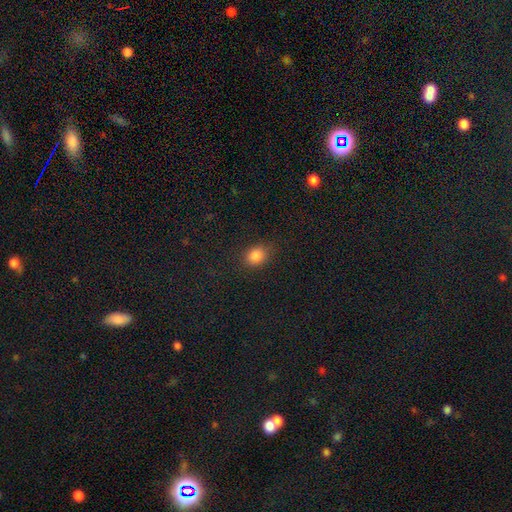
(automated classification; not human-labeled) Smooth or featured: smooth — 84% (star or artifact — 11%)
How rounded: in between — 52% (round — 47%)
Merging: none — 80% (minor disturbance — 14%)